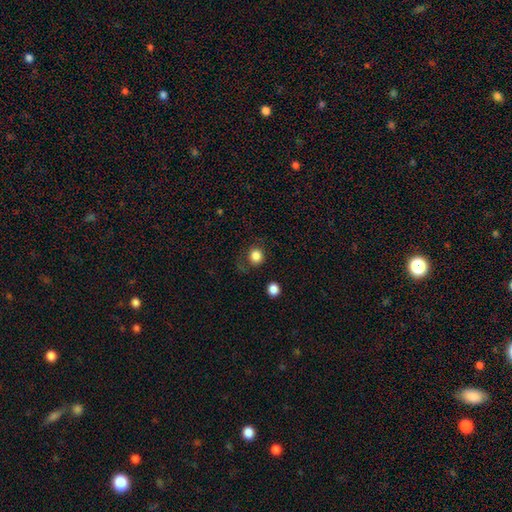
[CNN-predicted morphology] The model was most divided on "merging": none: 71%, minor disturbance: 15%, major disturbance: 10%, merger: 3%. More confident: how rounded — round (86%); smooth or featured — smooth (83%).